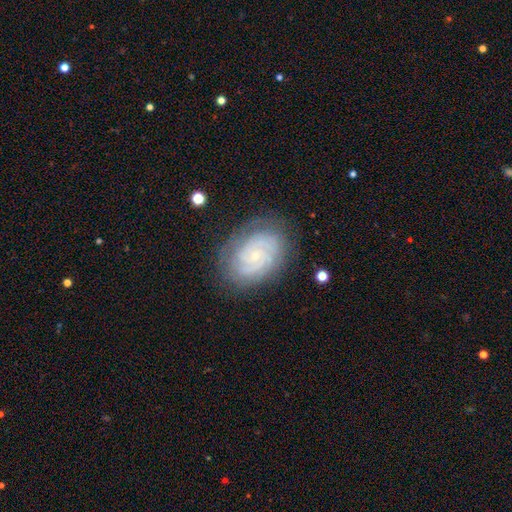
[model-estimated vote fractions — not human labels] featured or disk 84%, smooth 10%, star or artifact 7%. Down the decision tree: edge-on disk — no (97%); bar — no (74%); spiral arms — yes (97%); spiral arm count — 2 (28%); spiral winding — tight (75%); bulge size — small (83%); merging — none (79%).